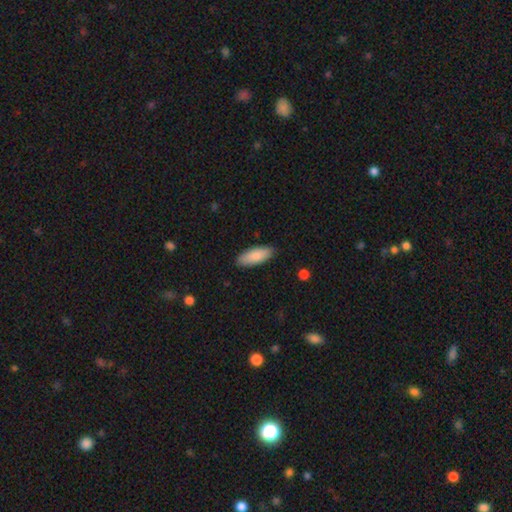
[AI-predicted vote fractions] smooth-or-featured: smooth: 87% | featured or disk: 8% | star or artifact: 5%
  how-rounded: in between: 78% | cigar-shaped: 21% | round: 2%
  merging: none: 88% | minor disturbance: 10% | major disturbance: 2% | merger: 1%